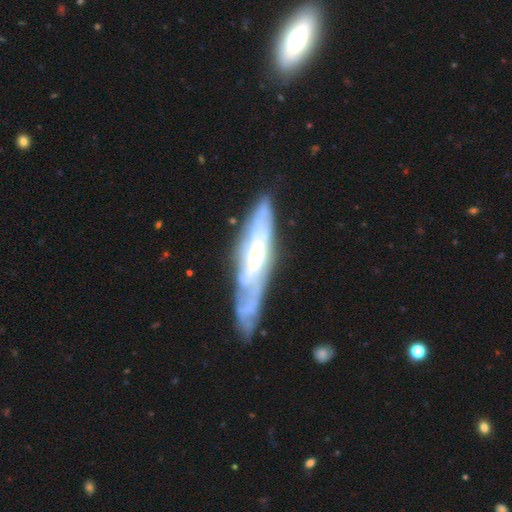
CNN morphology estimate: smooth_or_featured: featured or disk (p=0.80) [alt: smooth p=0.14]
disk_edge_on: no (p=0.59) [alt: yes p=0.41]
merging: none (p=0.73) [alt: minor disturbance p=0.18]